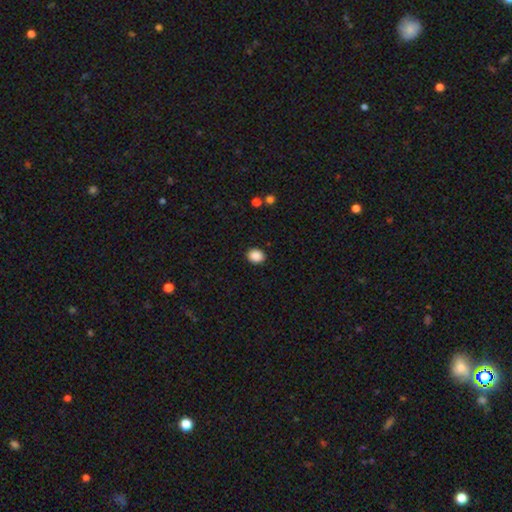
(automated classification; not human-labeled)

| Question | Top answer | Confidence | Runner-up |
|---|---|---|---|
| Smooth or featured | smooth | 89% | star or artifact (9%) |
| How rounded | round | 54% | in between (45%) |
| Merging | none | 91% | minor disturbance (7%) |